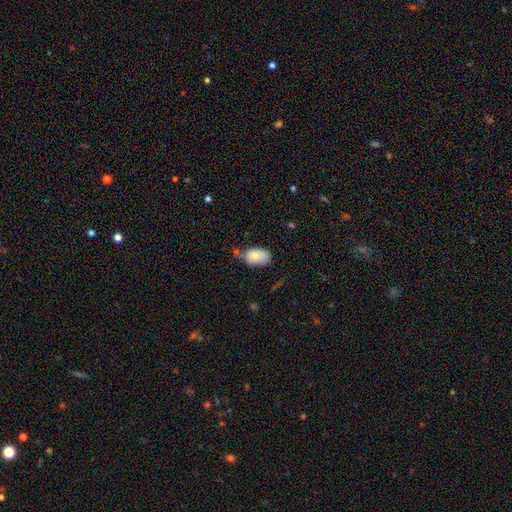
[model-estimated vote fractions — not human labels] smooth-or-featured: smooth: 81% | featured or disk: 12% | star or artifact: 7%
  how-rounded: in between: 91% | round: 7% | cigar-shaped: 1%
  merging: none: 48% | minor disturbance: 34% | merger: 10% | major disturbance: 9%